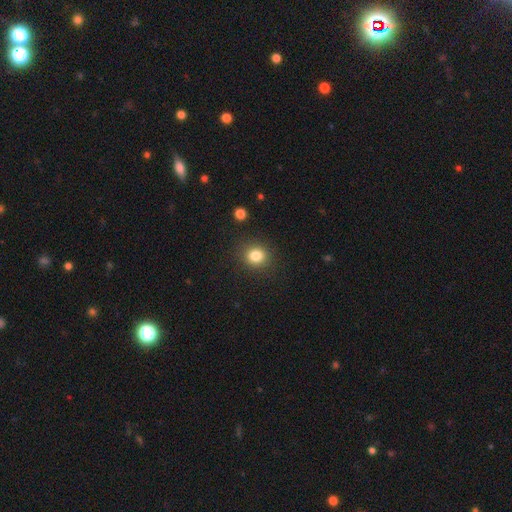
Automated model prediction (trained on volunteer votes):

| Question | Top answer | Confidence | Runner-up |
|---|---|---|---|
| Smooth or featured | smooth | 82% | star or artifact (12%) |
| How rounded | round | 80% | in between (19%) |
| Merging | none | 88% | minor disturbance (8%) |